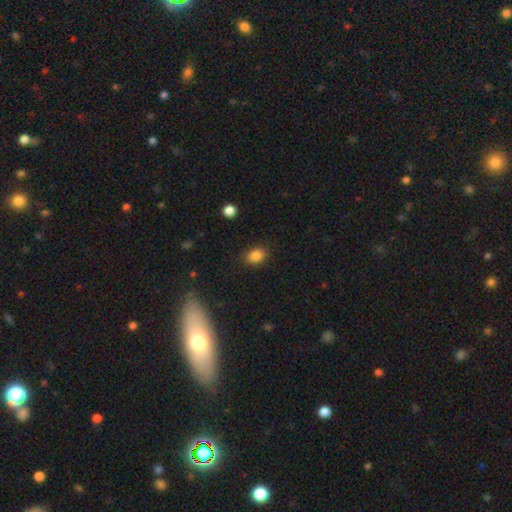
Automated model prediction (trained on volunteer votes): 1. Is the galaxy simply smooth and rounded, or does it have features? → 85% smooth, 10% star or artifact, 5% featured or disk.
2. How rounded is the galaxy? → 75% in between, 24% round, 1% cigar-shaped.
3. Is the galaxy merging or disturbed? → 85% none, 11% minor disturbance, 3% major disturbance, 1% merger.